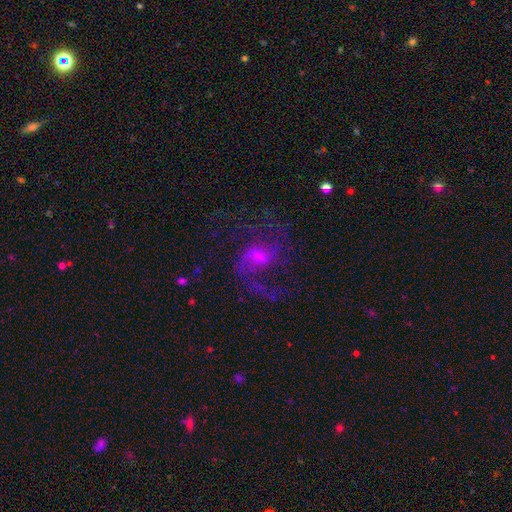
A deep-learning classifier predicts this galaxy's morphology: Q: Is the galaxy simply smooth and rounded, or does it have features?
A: featured or disk — 83%.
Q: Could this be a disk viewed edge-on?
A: no — 98%.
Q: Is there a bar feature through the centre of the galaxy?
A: weak — 48%.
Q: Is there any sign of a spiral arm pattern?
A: yes — 95%.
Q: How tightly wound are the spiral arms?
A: medium — 46%.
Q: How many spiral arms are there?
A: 2 — 79%.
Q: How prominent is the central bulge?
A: small — 52%.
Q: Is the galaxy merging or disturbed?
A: none — 67%.